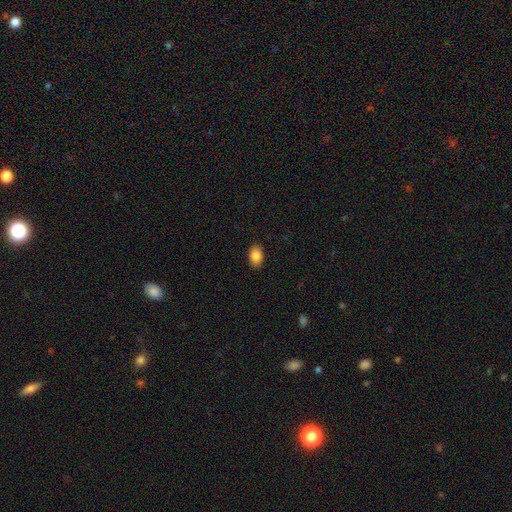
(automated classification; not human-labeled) Morphology: type=smooth (87%); roundness=in between (88%); merging=none (89%).